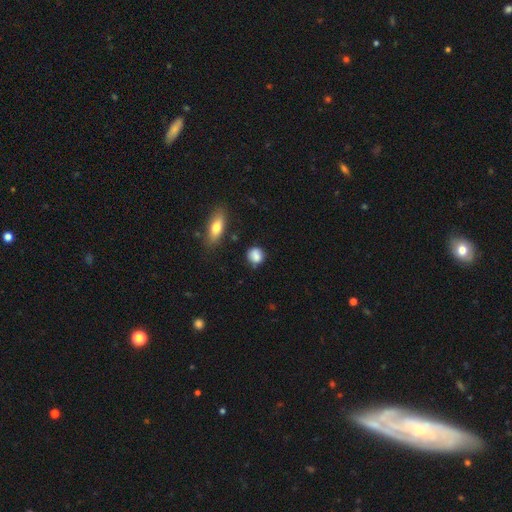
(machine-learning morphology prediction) This appears to be a smooth galaxy with no disk features (83%) that is round (75%). Merging: none (68%).